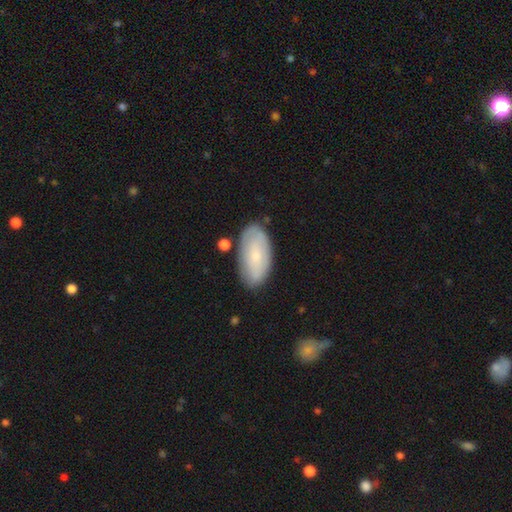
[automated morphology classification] Smooth or featured: smooth — 63% (featured or disk — 31%)
How rounded: in between — 93% (cigar-shaped — 4%)
Merging: none — 76% (minor disturbance — 17%)